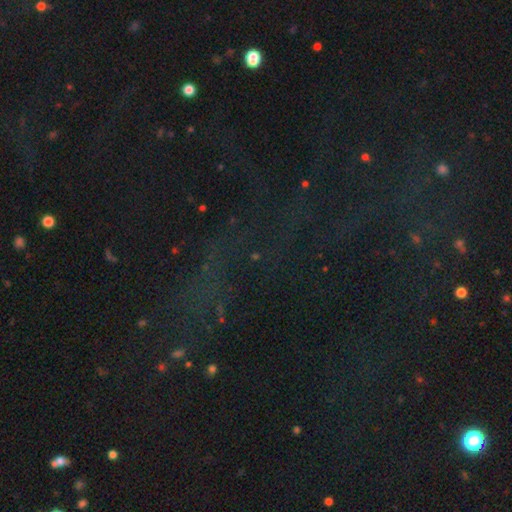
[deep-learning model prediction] Morphology: type=star or artifact (71%).